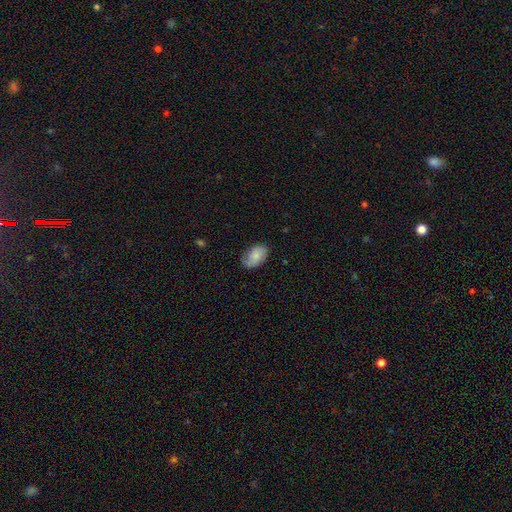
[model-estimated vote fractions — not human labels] Smooth or featured? smooth (74%)
How rounded? in between (91%)
Merging? none (70%)